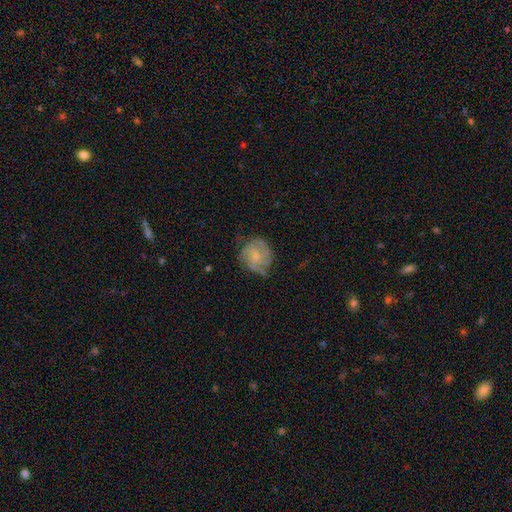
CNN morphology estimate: Smooth or featured? Predicted: featured or disk (p=0.60). Edge-on disk? Predicted: no (p=0.98). Bar? Predicted: no (p=0.71). Spiral arms? Predicted: yes (p=0.80). Bulge size? Predicted: small (p=0.47). Merging? Predicted: none (p=0.56).